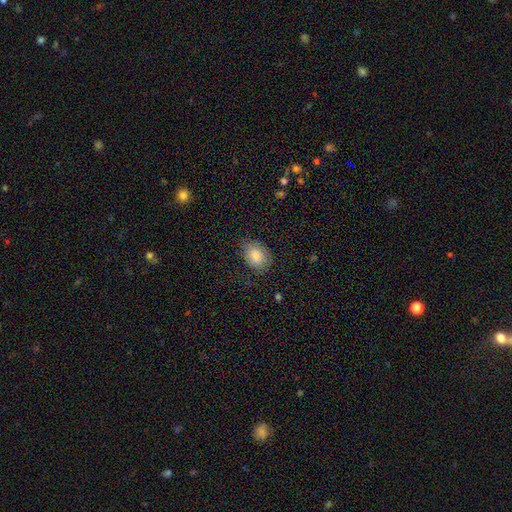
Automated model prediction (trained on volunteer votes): This appears to be a smooth galaxy with no disk features (79%) that is in between round and cigar-shaped (63%). Merging: none (72%).